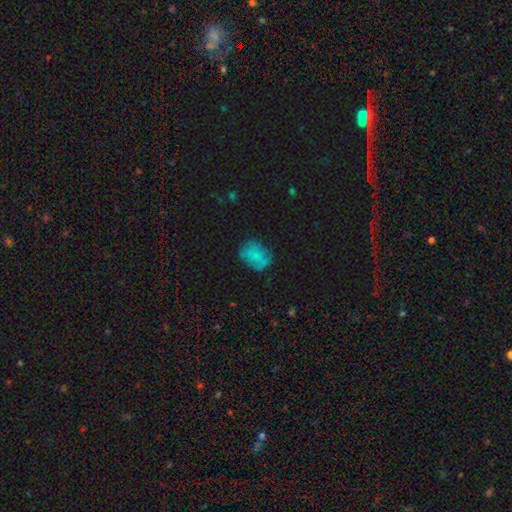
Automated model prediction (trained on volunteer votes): A smooth galaxy with no disk features (69%) that is round (50%).

Vote fractions:
- Smooth or featured? smooth: 69% / featured or disk: 18% / star or artifact: 13%
- How rounded? round: 50% / in between: 49% / cigar-shaped: 1%
- Merging? none: 62% / minor disturbance: 25% / major disturbance: 11% / merger: 2%